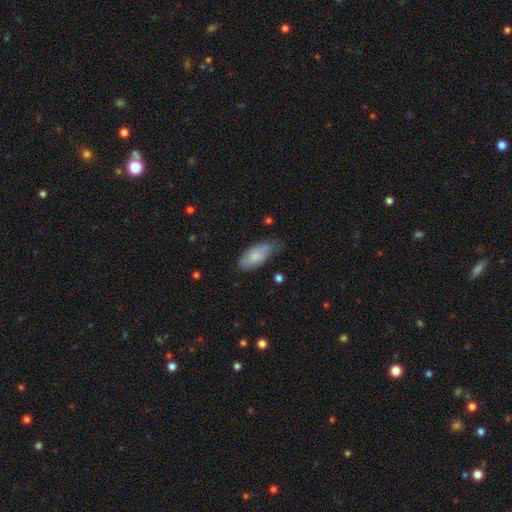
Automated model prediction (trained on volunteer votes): This appears to be a smooth galaxy with no disk features (73%) that is in between round and cigar-shaped (89%). Merging: none (54%).